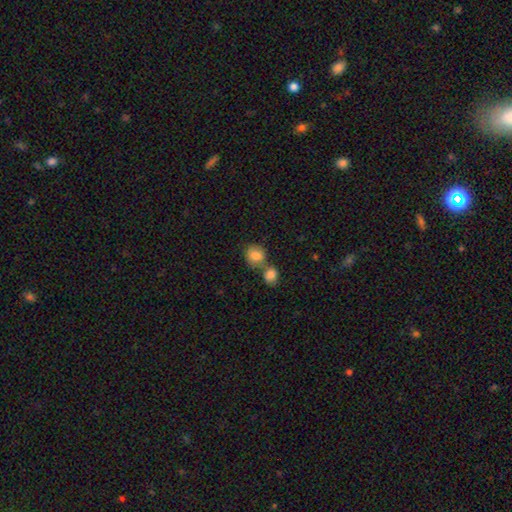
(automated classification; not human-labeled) Smooth or featured: smooth — 85% (star or artifact — 8%)
How rounded: round — 69% (in between — 30%)
Merging: merger — 47% (none — 40%)